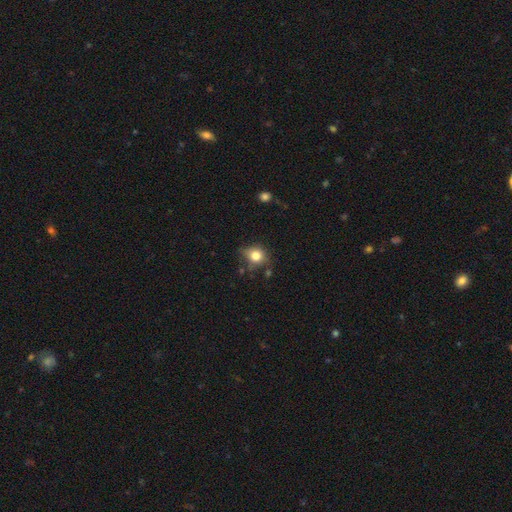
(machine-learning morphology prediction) smooth-or-featured: smooth: 78% | star or artifact: 12% | featured or disk: 10%
  how-rounded: round: 75% | in between: 24% | cigar-shaped: 1%
  merging: none: 66% | minor disturbance: 23% | major disturbance: 6% | merger: 5%